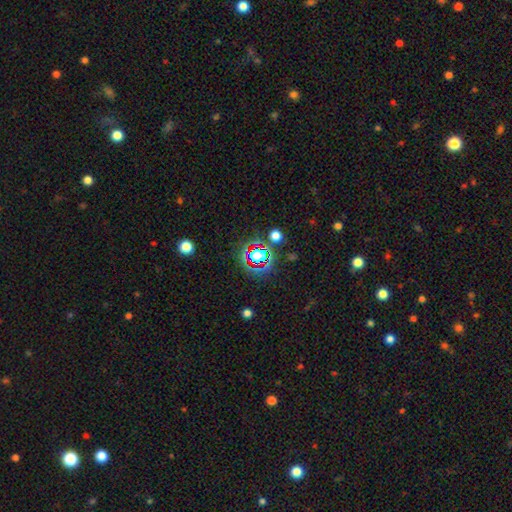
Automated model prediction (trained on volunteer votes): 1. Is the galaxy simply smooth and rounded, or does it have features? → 64% star or artifact, 25% smooth, 11% featured or disk.